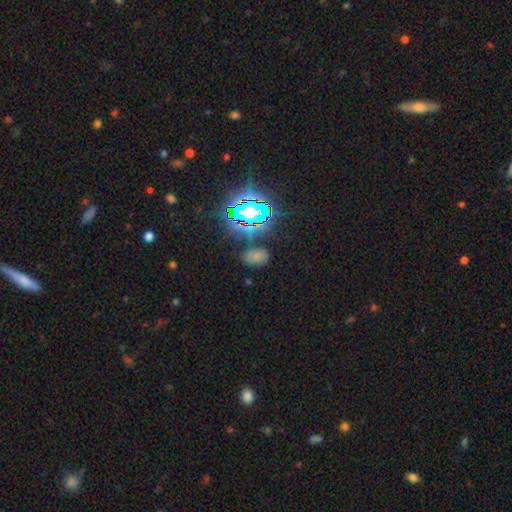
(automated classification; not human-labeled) This is possibly a smooth galaxy (55%). How rounded: clearly in between (86%). Merging: likely none (76%).